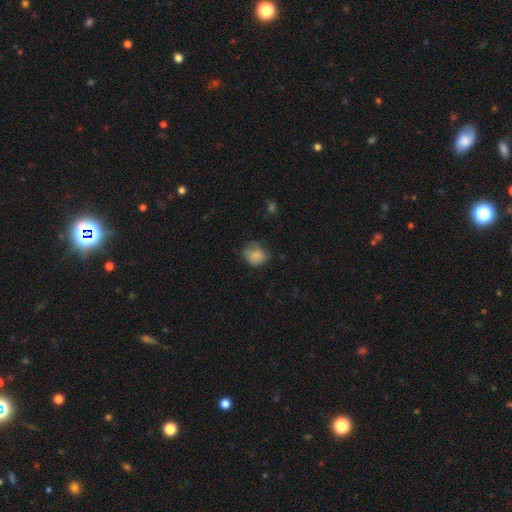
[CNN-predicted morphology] type=smooth (76%); roundness=round (59%); merging=none (53%).